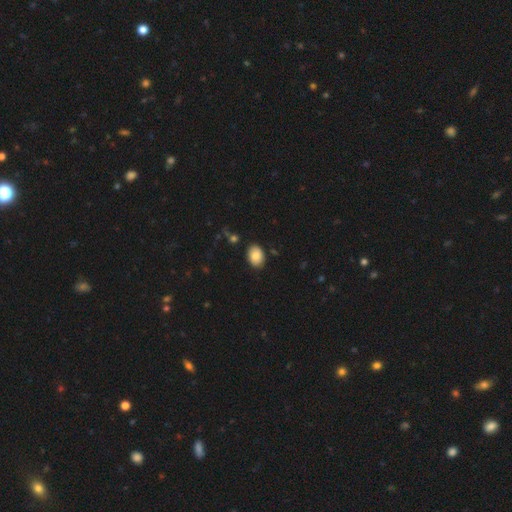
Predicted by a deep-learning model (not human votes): Morphology: type=smooth (86%); roundness=in between (79%); merging=none (87%).